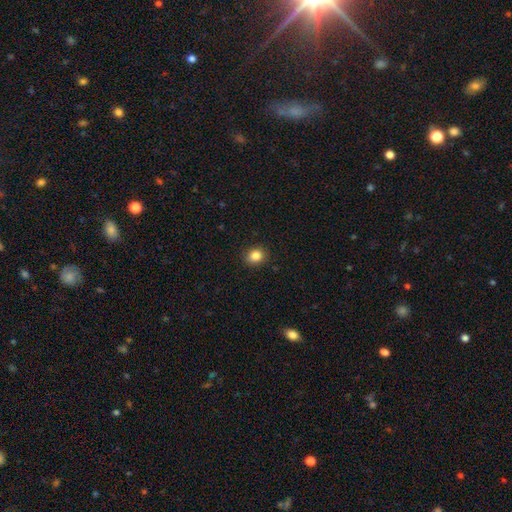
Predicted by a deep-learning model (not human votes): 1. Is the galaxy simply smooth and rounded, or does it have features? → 85% smooth, 10% star or artifact, 5% featured or disk.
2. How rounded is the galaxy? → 66% round, 33% in between, 1% cigar-shaped.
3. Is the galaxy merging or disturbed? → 87% none, 10% minor disturbance, 2% major disturbance, 1% merger.